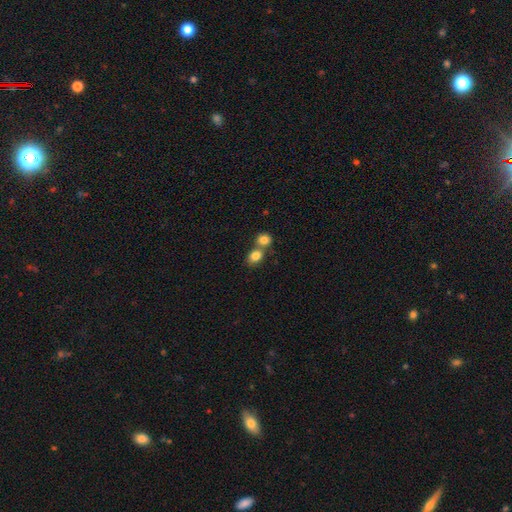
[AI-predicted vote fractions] A smooth galaxy with no disk features (82%) that is round (52%).

Vote fractions:
- Smooth or featured? smooth: 82% / star or artifact: 10% / featured or disk: 8%
- How rounded? round: 52% / in between: 47% / cigar-shaped: 1%
- Merging? merger: 50% / none: 40% / minor disturbance: 7% / major disturbance: 3%